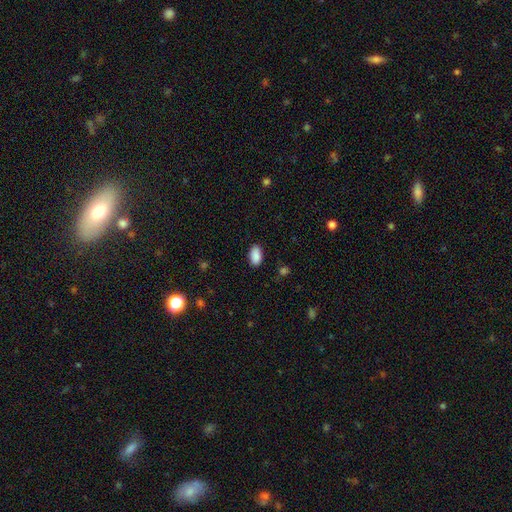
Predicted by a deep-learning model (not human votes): A smooth galaxy with no disk features (89%) that is in between round and cigar-shaped (94%). Merging: none (86%).